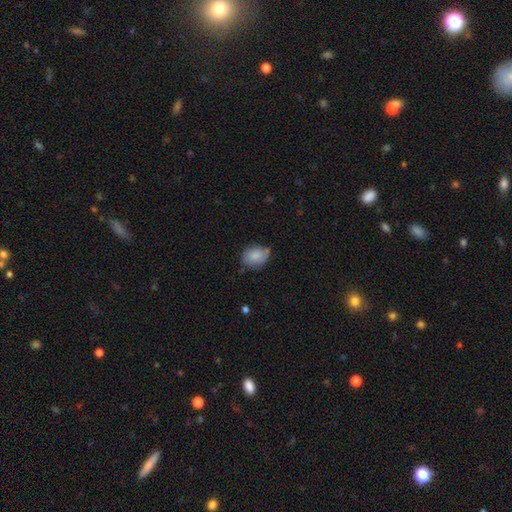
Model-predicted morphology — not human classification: Overall: smooth (85%). How rounded: in between (66%; round 33%). Merging: none (64%; minor disturbance 29%).